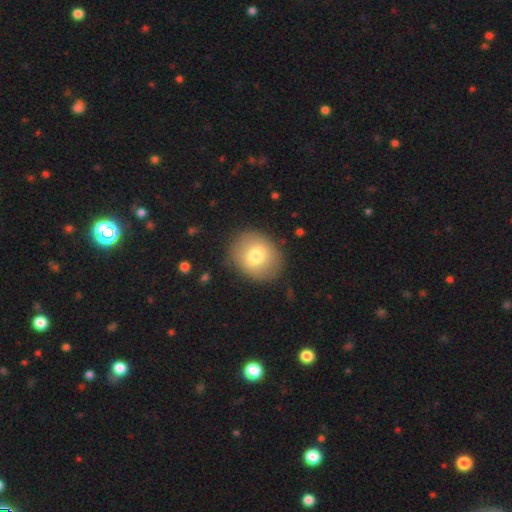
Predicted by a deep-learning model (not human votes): Smooth or featured?
  - smooth: 70% *
  - featured or disk: 22%
  - star or artifact: 8%
How rounded?
  - round: 64% *
  - in between: 35%
  - cigar-shaped: 1%
Merging?
  - none: 85% *
  - minor disturbance: 11%
  - major disturbance: 4%
  - merger: 1%